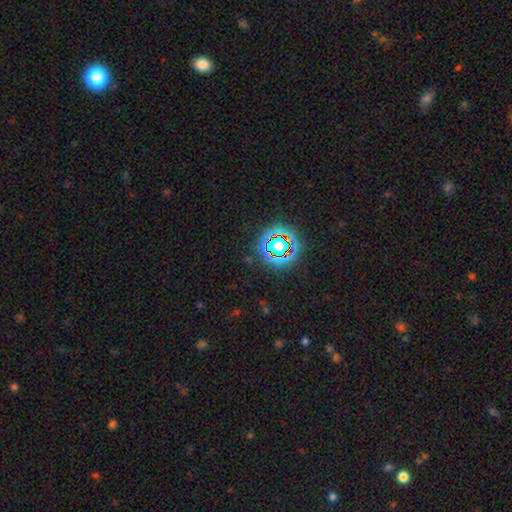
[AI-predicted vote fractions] Smooth or featured?
  - star or artifact: 76% *
  - smooth: 14%
  - featured or disk: 9%